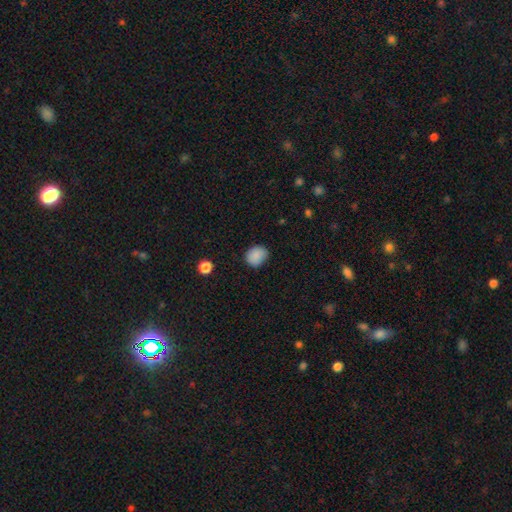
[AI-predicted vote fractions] A smooth galaxy with no disk features (87%) that is round (67%). Merging: none (80%).